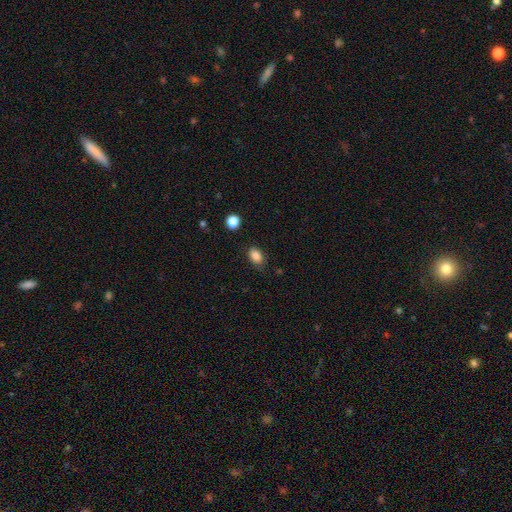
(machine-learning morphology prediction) The model was most divided on "merging": none: 77%, minor disturbance: 18%, major disturbance: 4%, merger: 2%. More confident: smooth or featured — smooth (86%); how rounded — in between (82%).